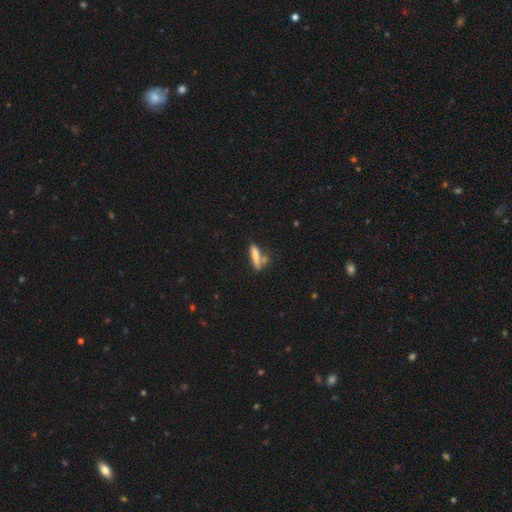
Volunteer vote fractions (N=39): Q: Smooth or featured?
A: smooth (79%); runner-up: featured or disk (15%)
Q: How rounded?
A: cigar-shaped (90%); runner-up: in between (6%)
Q: Merging?
A: none (57%); runner-up: merger (35%)